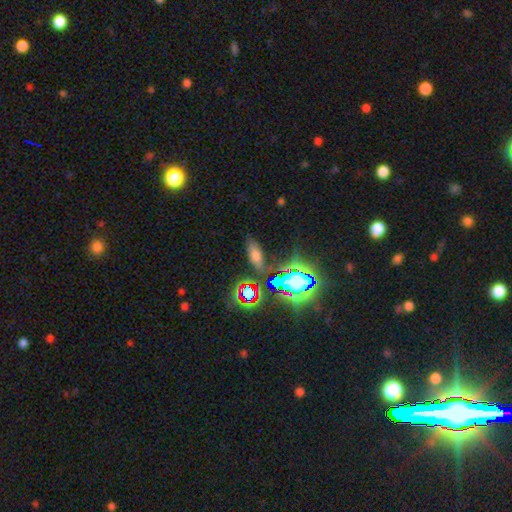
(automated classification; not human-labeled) smooth_or_featured: smooth (p=0.53) [alt: star or artifact p=0.32]
how_rounded: in between (p=0.67) [alt: cigar-shaped p=0.25]
merging: none (p=0.76) [alt: minor disturbance p=0.14]